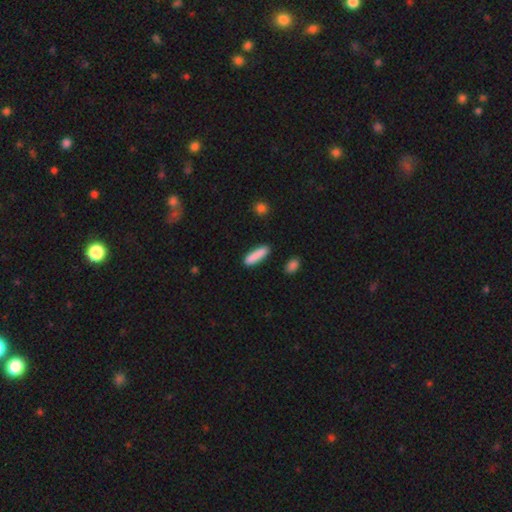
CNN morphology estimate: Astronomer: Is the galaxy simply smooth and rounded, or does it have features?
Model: smooth — 88%.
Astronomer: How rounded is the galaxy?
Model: cigar-shaped — 75%.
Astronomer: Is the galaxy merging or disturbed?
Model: none — 88%.